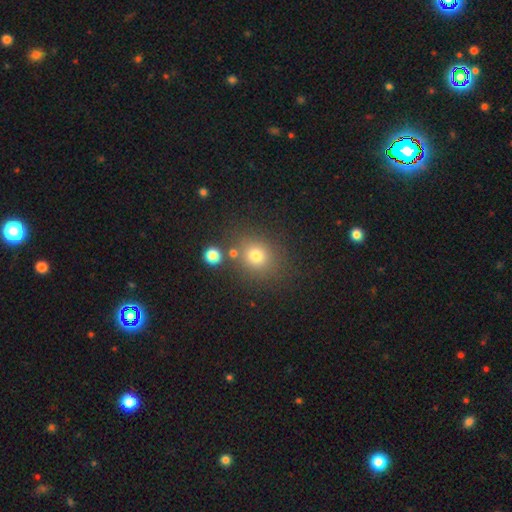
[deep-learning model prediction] smooth_or_featured: smooth (p=0.75) [alt: star or artifact p=0.17]
how_rounded: round (p=0.78) [alt: in between p=0.21]
merging: none (p=0.74) [alt: merger p=0.11]